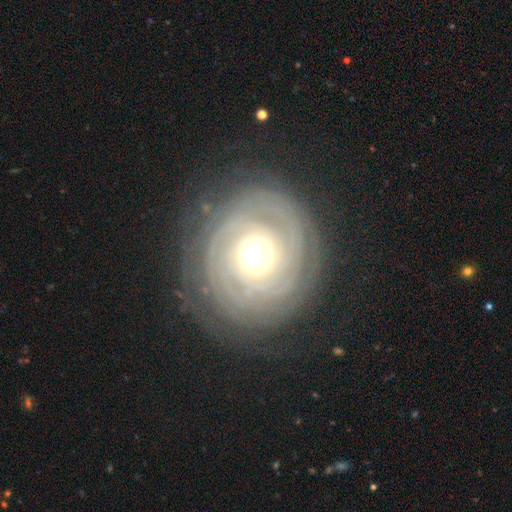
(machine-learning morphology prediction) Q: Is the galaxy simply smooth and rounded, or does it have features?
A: featured or disk — 86%.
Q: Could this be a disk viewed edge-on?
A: no — 97%.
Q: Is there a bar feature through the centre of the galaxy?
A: no — 71%.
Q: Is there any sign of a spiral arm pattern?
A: yes — 95%.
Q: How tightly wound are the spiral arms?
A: tight — 85%.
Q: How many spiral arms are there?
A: can't tell — 31%.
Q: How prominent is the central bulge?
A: moderate — 64%.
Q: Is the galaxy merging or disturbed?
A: none — 81%.